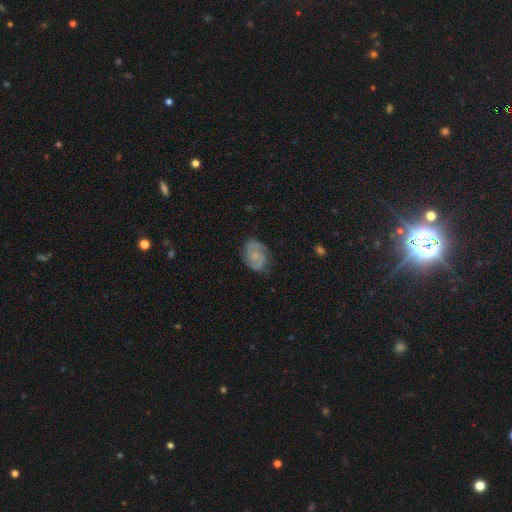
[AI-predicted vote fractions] Smooth or featured? Predicted: featured or disk (p=0.63). Edge-on disk? Predicted: no (p=0.97). Bar? Predicted: no (p=0.71). Spiral arms? Predicted: yes (p=0.91). Spiral winding? Predicted: medium (p=0.44). Spiral arm count? Predicted: 2 (p=0.75). Bulge size? Predicted: small (p=0.59). Merging? Predicted: none (p=0.75).